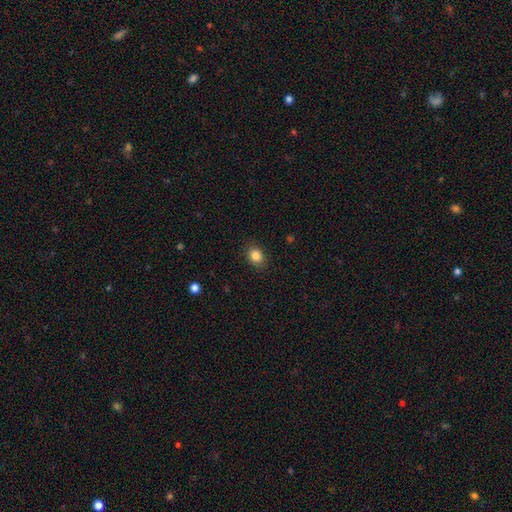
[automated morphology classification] smooth 84%, star or artifact 11%, featured or disk 6%. Down the decision tree: how rounded — in between (51%); merging — none (88%).